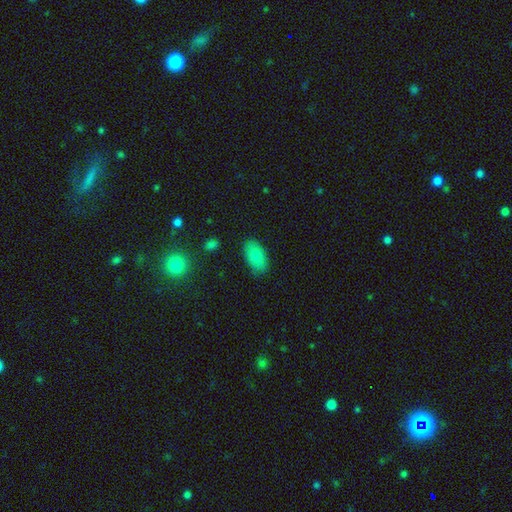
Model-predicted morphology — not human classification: Overall: smooth (77%). How rounded: in between (92%). Merging: none (85%).